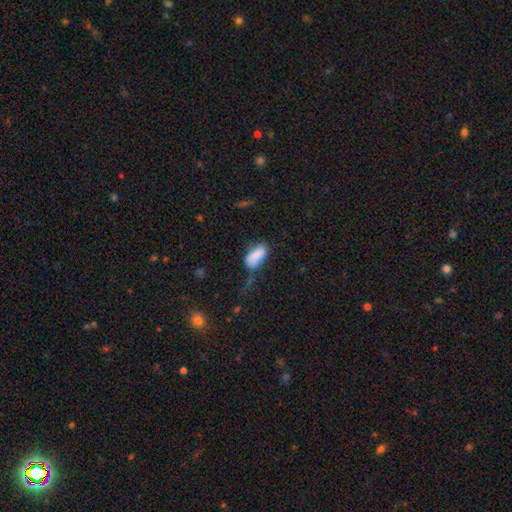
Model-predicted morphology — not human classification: Overall: smooth (78%). How rounded: in between (90%). Merging: none (41%; minor disturbance 32%).